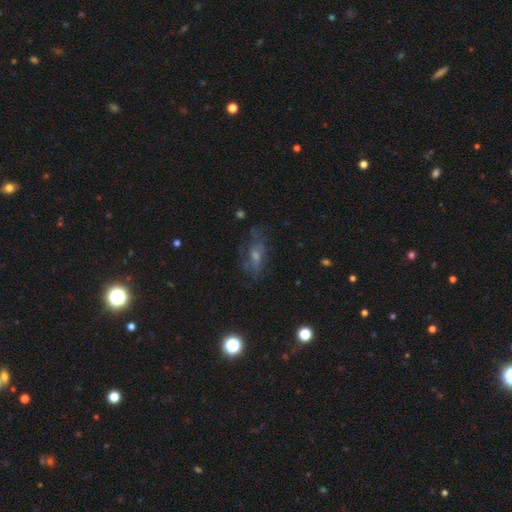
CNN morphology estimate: Smooth or featured? Predicted: featured or disk (p=0.45). Merging? Predicted: none (p=0.66).